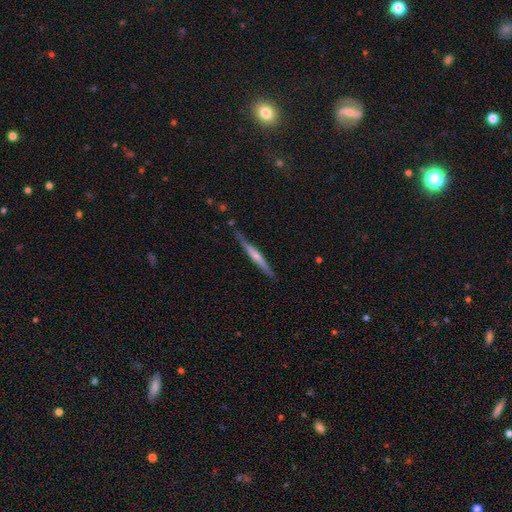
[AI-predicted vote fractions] Overall: featured or disk (52%; smooth 43%). Edge-on disk: yes (97%). Edge-on bulge: none (55%; rounded 29%). Merging: none (82%).